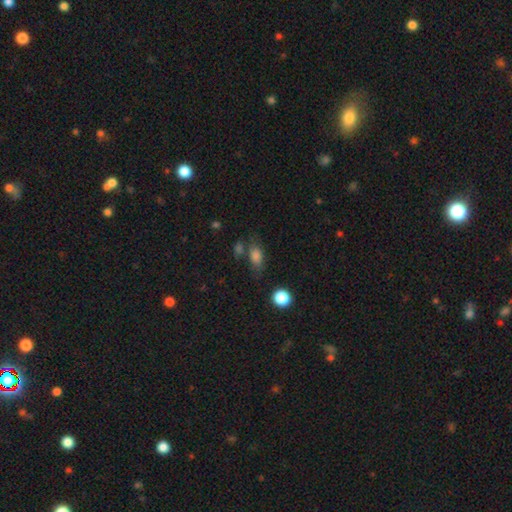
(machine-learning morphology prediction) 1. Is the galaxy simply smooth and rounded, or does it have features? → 79% smooth, 12% star or artifact, 9% featured or disk.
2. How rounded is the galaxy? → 79% in between, 14% round, 7% cigar-shaped.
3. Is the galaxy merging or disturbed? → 55% none, 21% minor disturbance, 13% merger, 10% major disturbance.